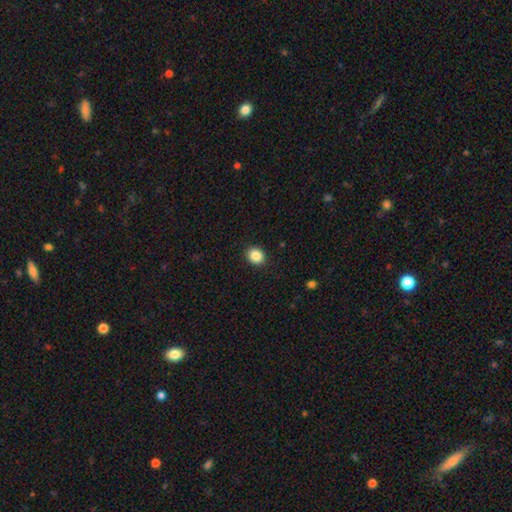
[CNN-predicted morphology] smooth_or_featured: smooth (p=0.87) [alt: star or artifact p=0.09]
how_rounded: round (p=0.64) [alt: in between p=0.36]
merging: none (p=0.91) [alt: minor disturbance p=0.06]